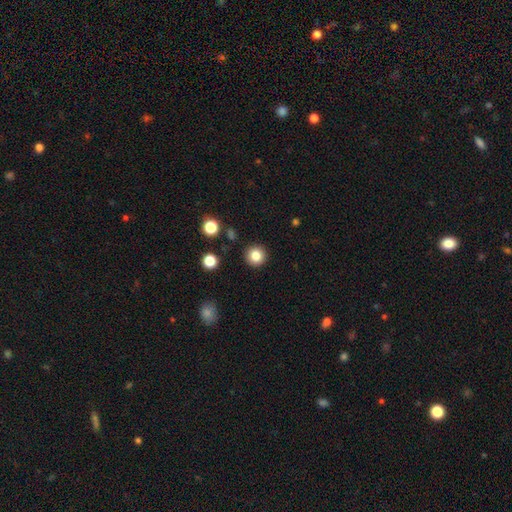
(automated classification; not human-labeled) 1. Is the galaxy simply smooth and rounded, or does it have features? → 84% smooth, 11% star or artifact, 5% featured or disk.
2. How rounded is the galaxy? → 95% round, 4% in between, 1% cigar-shaped.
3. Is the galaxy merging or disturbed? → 91% none, 5% minor disturbance, 2% major disturbance, 2% merger.